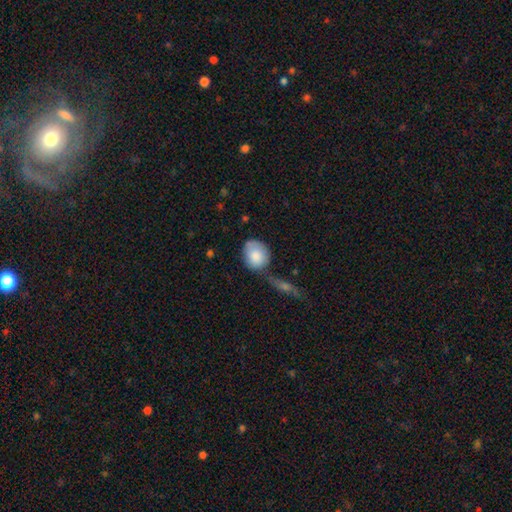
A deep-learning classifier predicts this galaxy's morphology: A smooth galaxy with no disk features (83%) that is round (60%).

Vote fractions:
- Smooth or featured? smooth: 83% / featured or disk: 10% / star or artifact: 6%
- How rounded? round: 60% / in between: 39% / cigar-shaped: 1%
- Merging? none: 52% / minor disturbance: 25% / merger: 15% / major disturbance: 8%